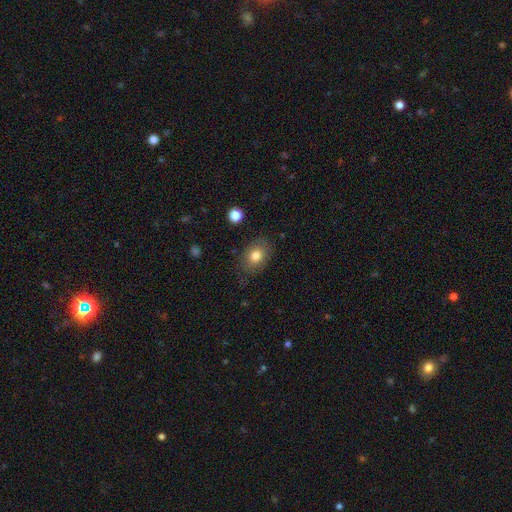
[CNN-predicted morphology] type=smooth (77%); roundness=in between (71%); merging=none (75%).